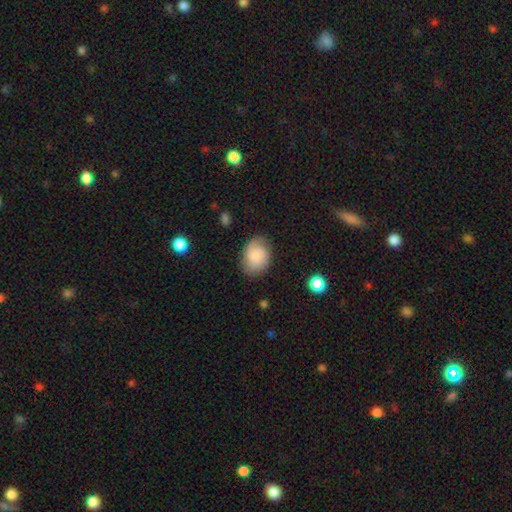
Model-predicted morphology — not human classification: Smooth or featured? Predicted: smooth (p=0.78). How rounded? Predicted: in between (p=0.64). Merging? Predicted: none (p=0.75).